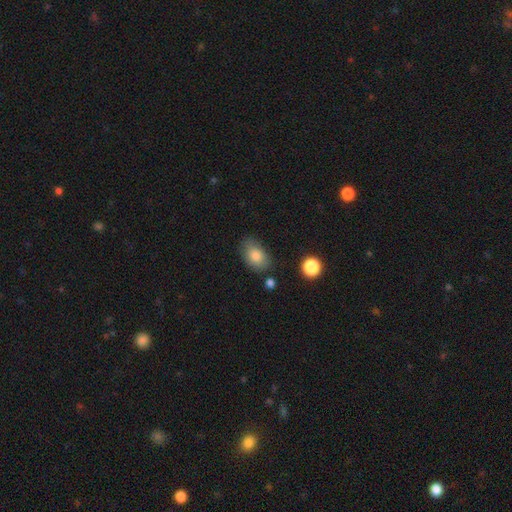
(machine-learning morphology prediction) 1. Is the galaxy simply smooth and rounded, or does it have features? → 83% smooth, 9% featured or disk, 8% star or artifact.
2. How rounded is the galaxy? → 86% in between, 13% round, 1% cigar-shaped.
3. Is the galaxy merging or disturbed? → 73% none, 18% minor disturbance, 4% major disturbance, 4% merger.